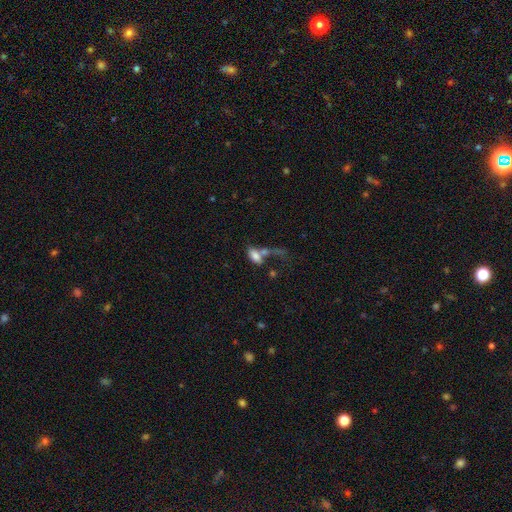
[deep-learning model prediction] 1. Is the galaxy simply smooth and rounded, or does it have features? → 75% smooth, 16% featured or disk, 10% star or artifact.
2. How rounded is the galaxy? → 88% in between, 7% cigar-shaped, 6% round.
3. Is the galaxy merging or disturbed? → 47% merger, 27% none, 16% major disturbance, 11% minor disturbance.